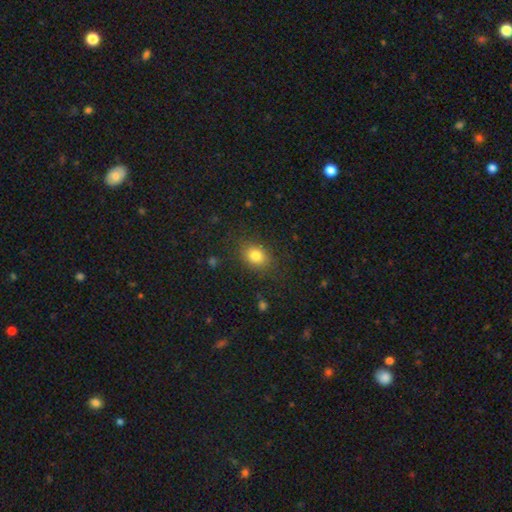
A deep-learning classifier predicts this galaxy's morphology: Smooth or featured? smooth (81%)
How rounded? in between (56%)
Merging? none (82%)